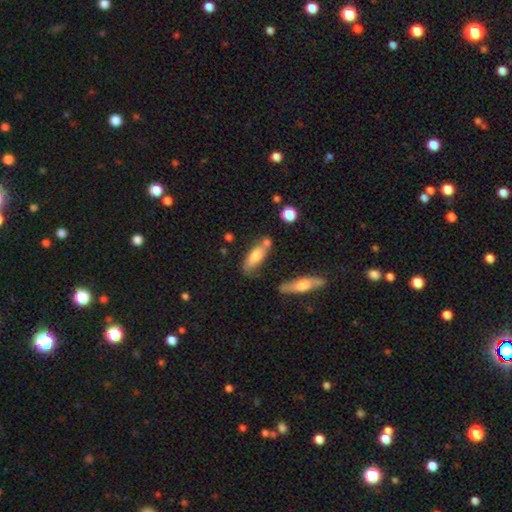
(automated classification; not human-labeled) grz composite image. It shows a smooth galaxy with no disk features (69%) that is in between round and cigar-shaped (60%). Merging: none (55%).